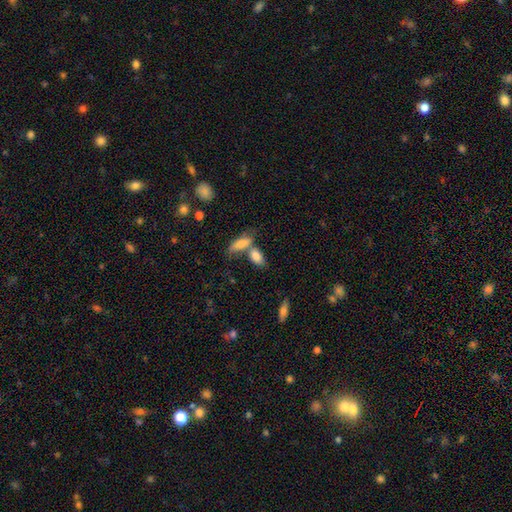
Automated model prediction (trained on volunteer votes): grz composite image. It shows a smooth galaxy with no disk features (82%) that is in between round and cigar-shaped (85%). Merging: merger (43%).